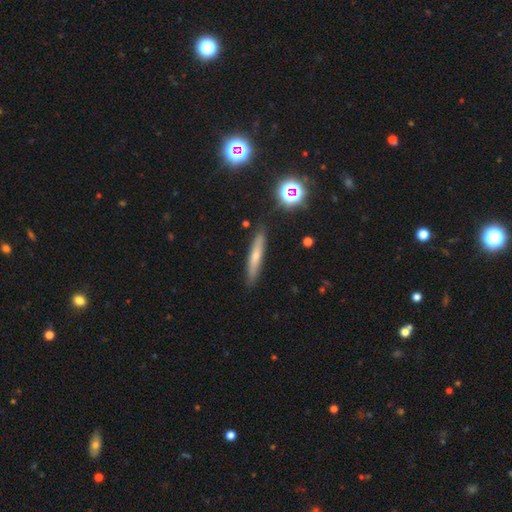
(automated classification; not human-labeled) Smooth or featured? smooth (53%)
How rounded? cigar-shaped (91%)
Merging? none (87%)